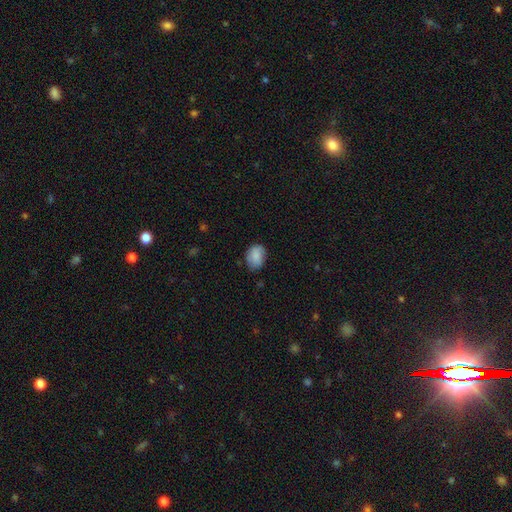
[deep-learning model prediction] This appears to be a smooth galaxy with no disk features (86%) that is in between round and cigar-shaped (72%). Merging: none (74%).